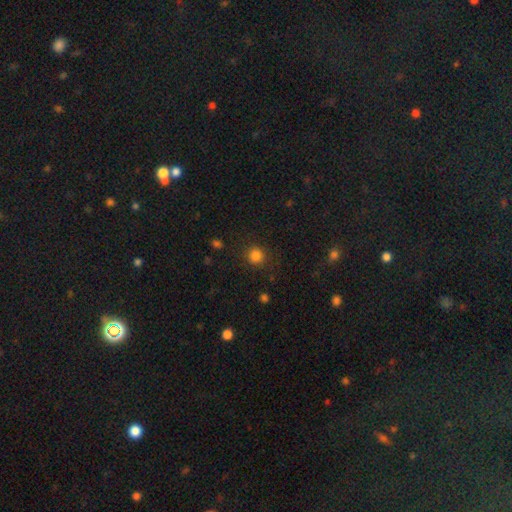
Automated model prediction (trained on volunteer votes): Smooth or featured? Predicted: smooth (p=0.83). How rounded? Predicted: round (p=0.92). Merging? Predicted: none (p=0.88).